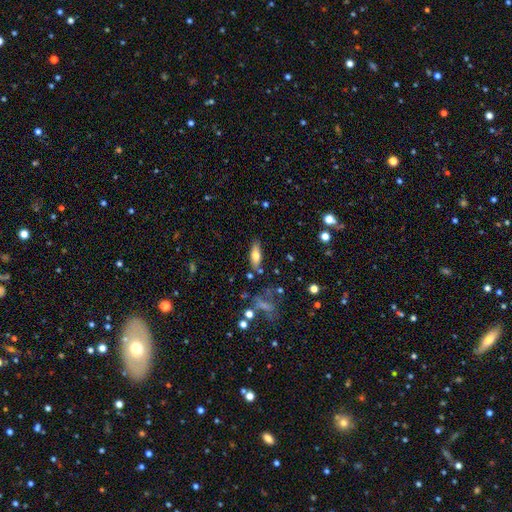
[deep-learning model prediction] The model was most divided on "how rounded": in between: 69%, cigar-shaped: 28%, round: 3%. More confident: merging — none (78%); smooth or featured — smooth (67%).